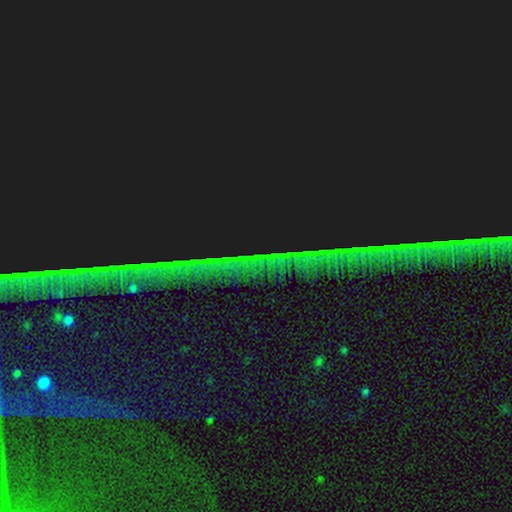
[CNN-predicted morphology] A star or artifact, not a galaxy (83%).